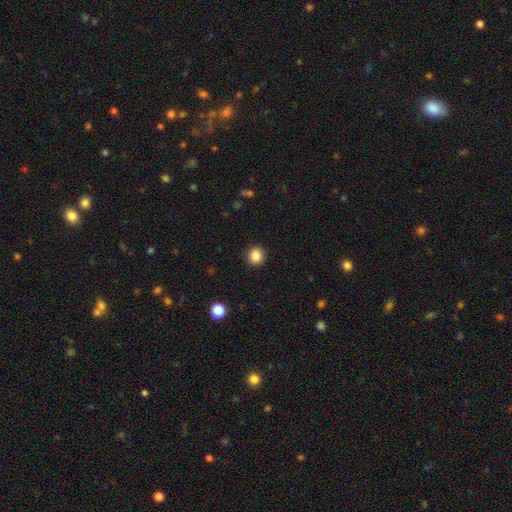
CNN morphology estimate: Smooth or featured? Predicted: smooth (p=0.87). How rounded? Predicted: round (p=0.81). Merging? Predicted: none (p=0.90).